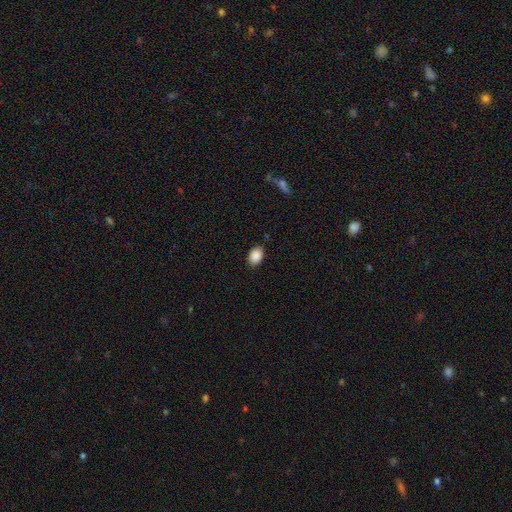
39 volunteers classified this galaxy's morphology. smooth_or_featured: smooth (p=0.90) [alt: star or artifact p=0.08]
how_rounded: in between (p=0.80) [alt: round p=0.20]
merging: none (p=0.78) [alt: minor disturbance p=0.17]